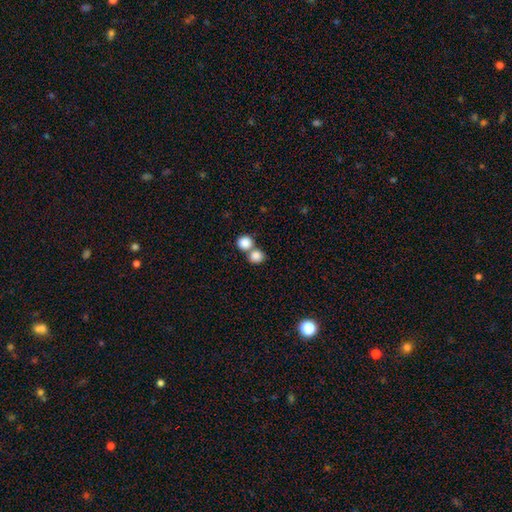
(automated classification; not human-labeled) Smooth or featured? Predicted: smooth (p=0.85). How rounded? Predicted: round (p=0.78). Merging? Predicted: merger (p=0.49).